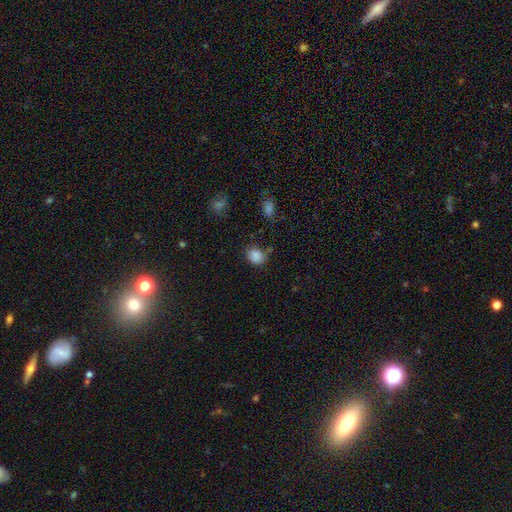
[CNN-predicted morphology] smooth-or-featured: smooth: 86% | star or artifact: 10% | featured or disk: 4%
  how-rounded: in between: 51% | round: 48% | cigar-shaped: 1%
  merging: none: 72% | minor disturbance: 18% | merger: 5% | major disturbance: 5%